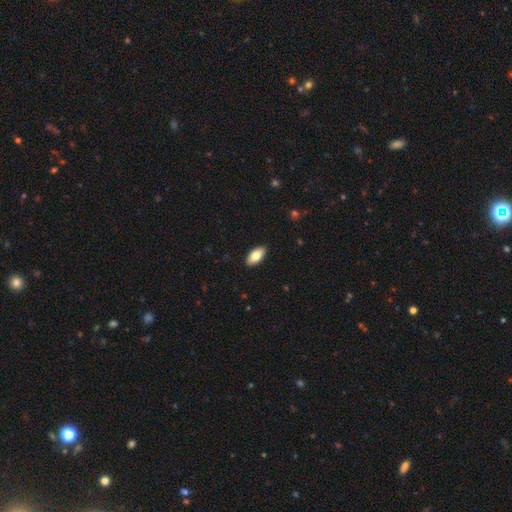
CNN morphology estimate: Smooth or featured?
  - smooth: 79% *
  - featured or disk: 15%
  - star or artifact: 6%
How rounded?
  - in between: 93% *
  - cigar-shaped: 5%
  - round: 3%
Merging?
  - none: 90% *
  - minor disturbance: 7%
  - major disturbance: 2%
  - merger: 1%